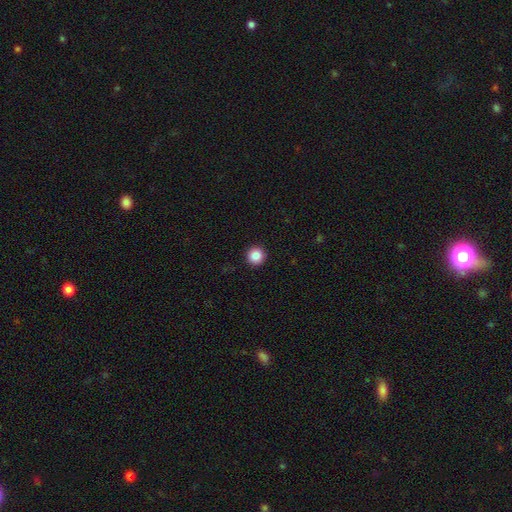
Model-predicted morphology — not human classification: A smooth galaxy with no disk features (86%) that is round (96%).

Vote fractions:
- Smooth or featured? smooth: 86% / star or artifact: 10% / featured or disk: 4%
- How rounded? round: 96% / in between: 3% / cigar-shaped: 1%
- Merging? none: 94% / minor disturbance: 4% / major disturbance: 1% / merger: 1%